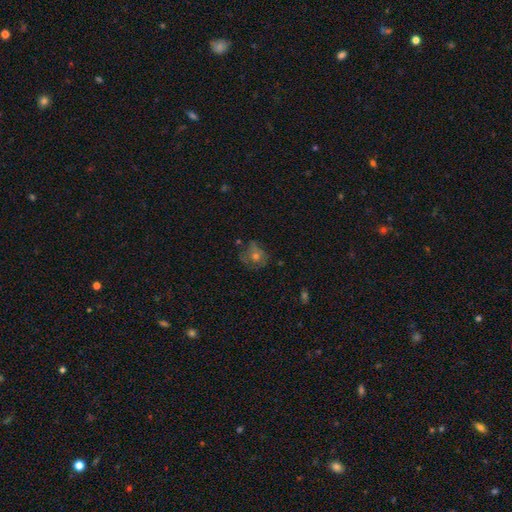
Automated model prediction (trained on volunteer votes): This is marginally a featured or disk galaxy (43%). Merging: likely none (65%).